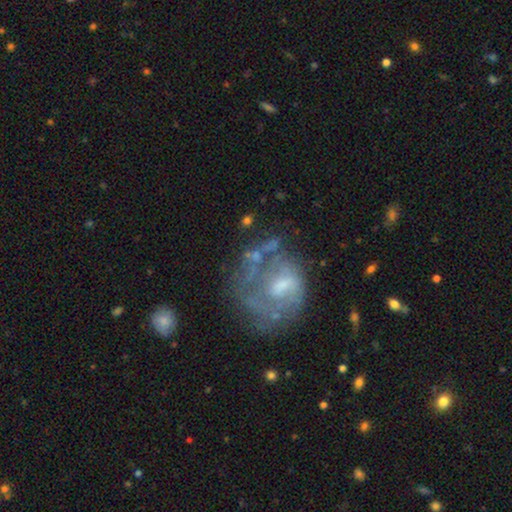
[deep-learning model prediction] Smooth or featured? Predicted: featured or disk (p=0.62). Edge-on disk? Predicted: no (p=0.97). Bar? Predicted: no (p=0.54). Spiral arms? Predicted: no (p=0.62). Bulge size? Predicted: moderate (p=0.41). Merging? Predicted: none (p=0.40).